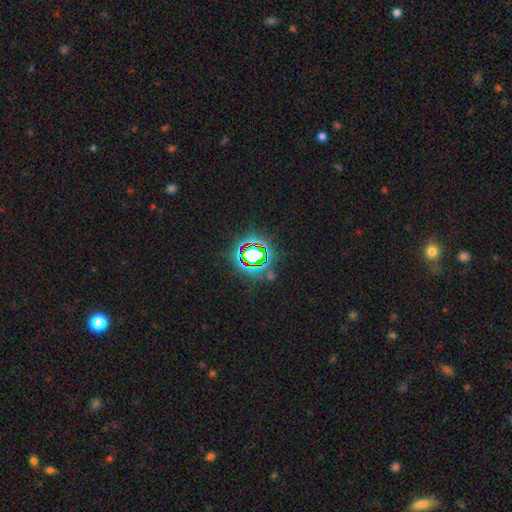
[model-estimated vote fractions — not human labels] smooth_or_featured: star or artifact (p=0.72) [alt: smooth p=0.17]